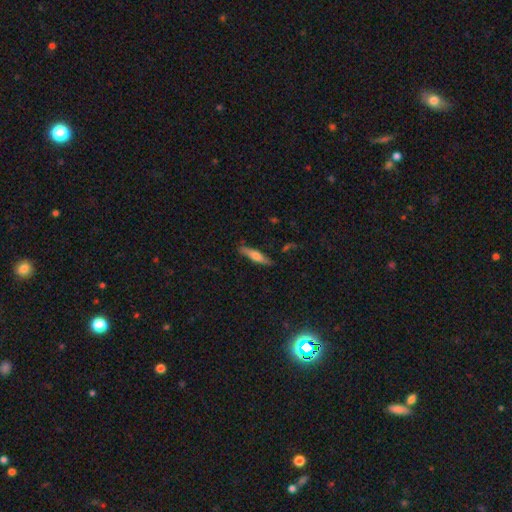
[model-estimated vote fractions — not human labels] Morphology: type=smooth (56%); roundness=cigar-shaped (80%); merging=none (82%).